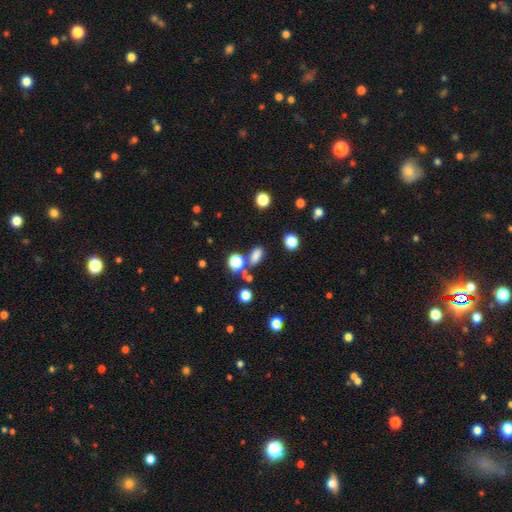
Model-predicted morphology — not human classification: smooth 78%, star or artifact 16%, featured or disk 6%. Down the decision tree: how rounded — in between (82%); merging — none (70%).